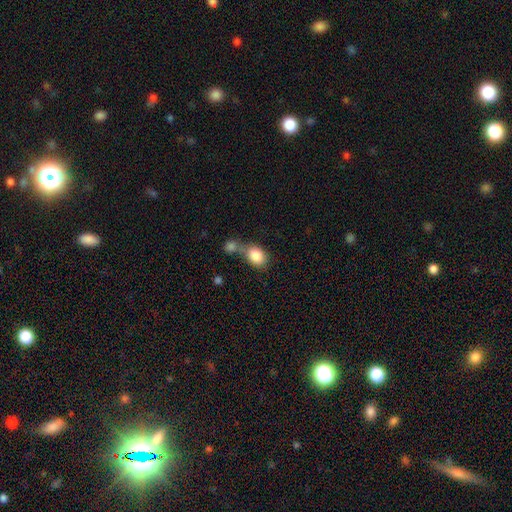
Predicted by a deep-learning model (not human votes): A smooth galaxy with no disk features (84%) that is in between round and cigar-shaped (61%). Merging: merger (50%).